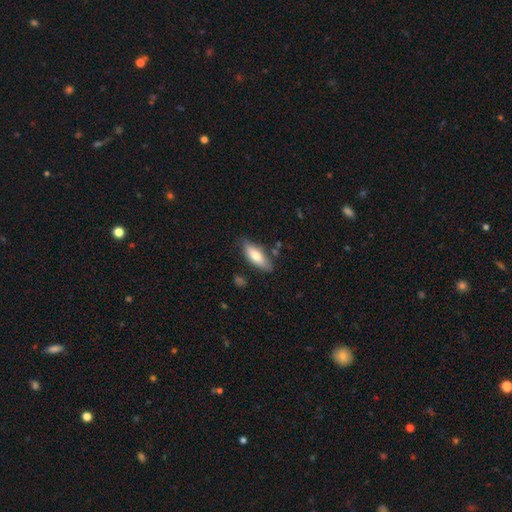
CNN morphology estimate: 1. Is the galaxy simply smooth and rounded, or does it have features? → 73% smooth, 21% featured or disk, 6% star or artifact.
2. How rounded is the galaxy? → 65% in between, 33% cigar-shaped, 2% round.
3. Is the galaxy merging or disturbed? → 77% none, 17% minor disturbance, 3% major disturbance, 3% merger.